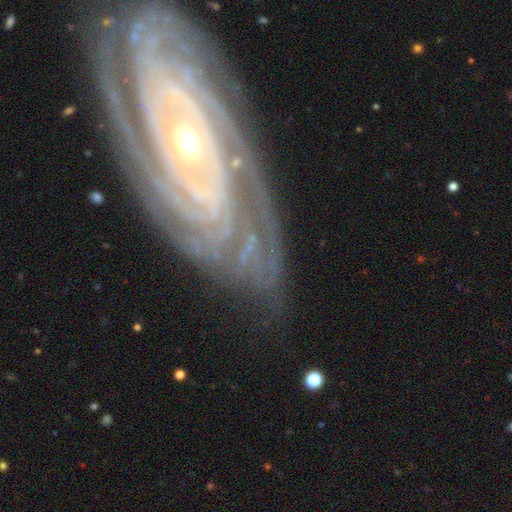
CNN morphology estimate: Overall: featured or disk (89%). Edge-on disk: no (93%). Bar: no (62%). Spiral arms: yes (97%). Spiral arm count: can't tell (24%; 3 18%). Spiral winding: tight (84%). Bulge size: moderate (59%; small 34%). Merging: none (78%).